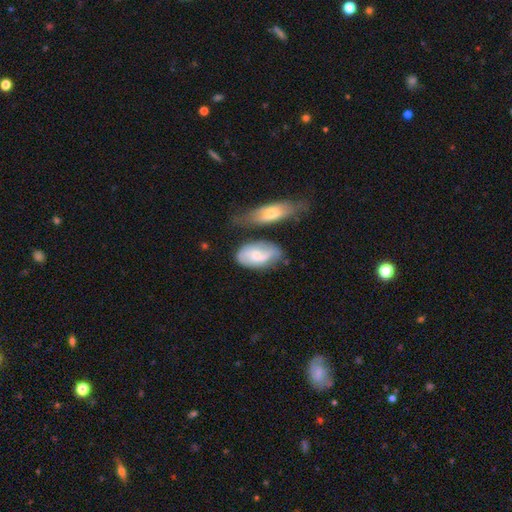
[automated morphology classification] Q: Smooth or featured?
A: smooth (47%); runner-up: featured or disk (46%)
Q: Merging?
A: none (48%); runner-up: minor disturbance (26%)